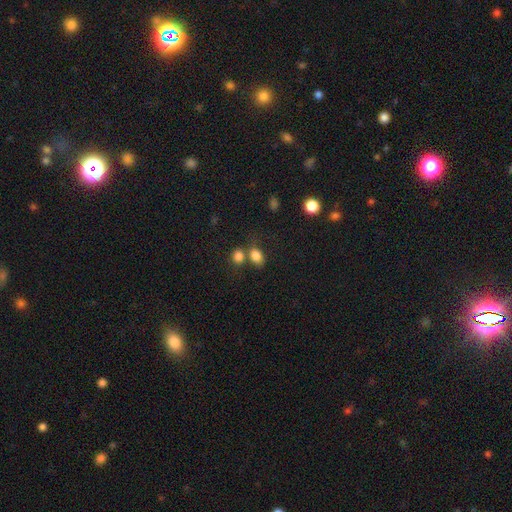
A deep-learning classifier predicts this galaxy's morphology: A smooth galaxy with no disk features (82%) that is in between round and cigar-shaped (69%).

Vote fractions:
- Smooth or featured? smooth: 82% / star or artifact: 11% / featured or disk: 7%
- How rounded? in between: 69% / round: 30% / cigar-shaped: 2%
- Merging? none: 48% / merger: 35% / minor disturbance: 12% / major disturbance: 5%